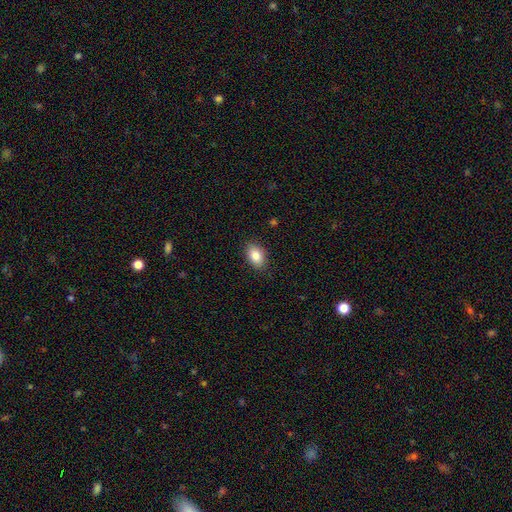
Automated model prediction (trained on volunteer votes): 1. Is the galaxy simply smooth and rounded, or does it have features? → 84% smooth, 8% featured or disk, 8% star or artifact.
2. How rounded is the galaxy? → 87% in between, 12% round, 1% cigar-shaped.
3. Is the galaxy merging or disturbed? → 88% none, 9% minor disturbance, 2% major disturbance, 1% merger.